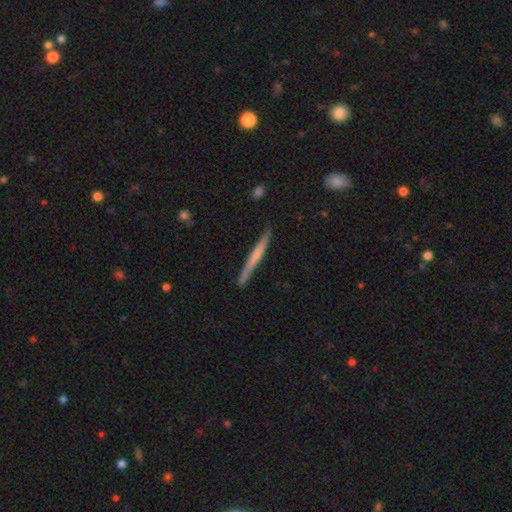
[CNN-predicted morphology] The model was most divided on "smooth or featured": featured or disk: 48%, smooth: 47%, star or artifact: 5%. More confident: merging — none (88%).